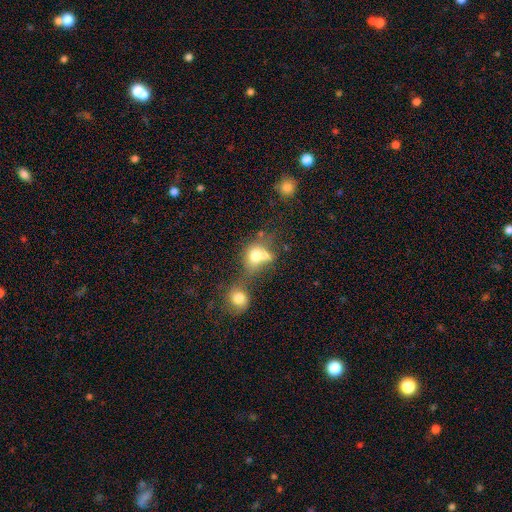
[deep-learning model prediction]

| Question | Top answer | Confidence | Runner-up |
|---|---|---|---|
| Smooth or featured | smooth | 70% | featured or disk (19%) |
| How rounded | round | 50% | in between (48%) |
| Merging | merger | 58% | none (23%) |